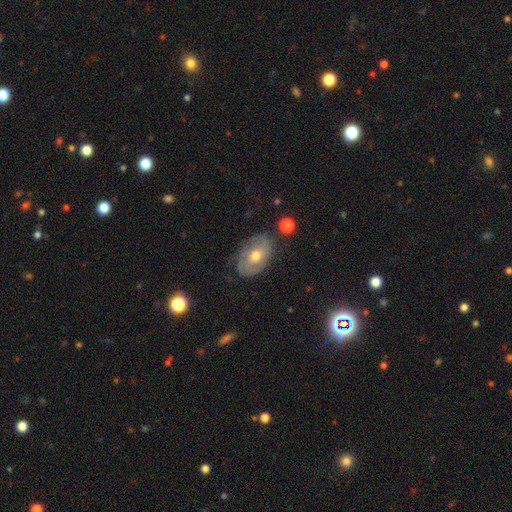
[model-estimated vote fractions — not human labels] Morphology: type=featured or disk (58%); edge-on=no (94%); bar=no (67%); spiral arms=yes (68%); bulge=moderate (73%); merging=none (71%).